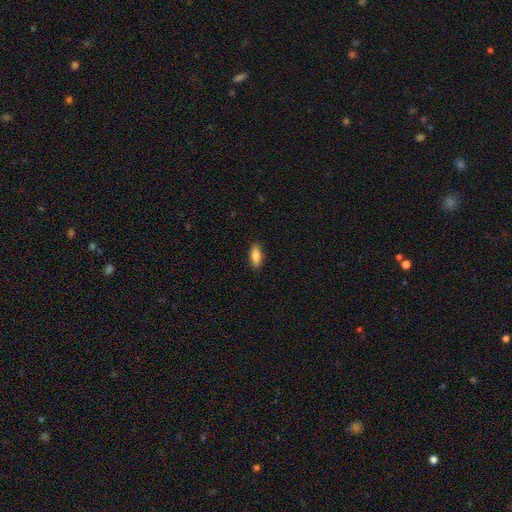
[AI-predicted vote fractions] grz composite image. It shows a smooth galaxy with no disk features (82%) that is in between round and cigar-shaped (69%). Merging: none (89%).